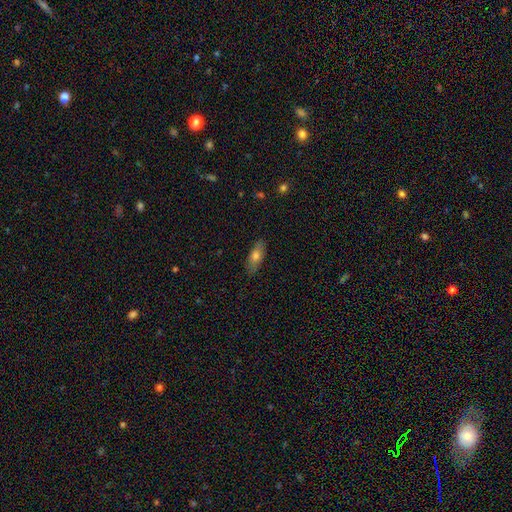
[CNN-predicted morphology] Smooth or featured: smooth — 70% (featured or disk — 24%)
How rounded: in between — 75% (cigar-shaped — 22%)
Merging: none — 85% (minor disturbance — 12%)